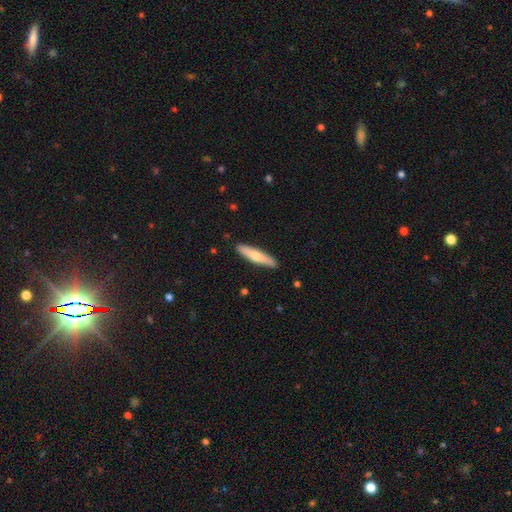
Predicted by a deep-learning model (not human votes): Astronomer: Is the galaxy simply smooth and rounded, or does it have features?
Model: smooth — 62%.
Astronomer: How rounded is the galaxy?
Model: cigar-shaped — 84%.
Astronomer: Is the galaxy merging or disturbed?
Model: none — 89%.